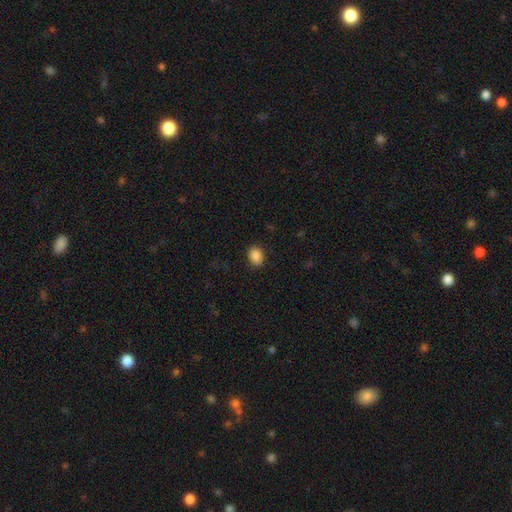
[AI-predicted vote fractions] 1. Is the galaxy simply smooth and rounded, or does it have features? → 88% smooth, 9% star or artifact, 3% featured or disk.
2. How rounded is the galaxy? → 68% in between, 31% round, 1% cigar-shaped.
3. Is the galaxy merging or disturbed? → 88% none, 8% minor disturbance, 2% major disturbance, 1% merger.